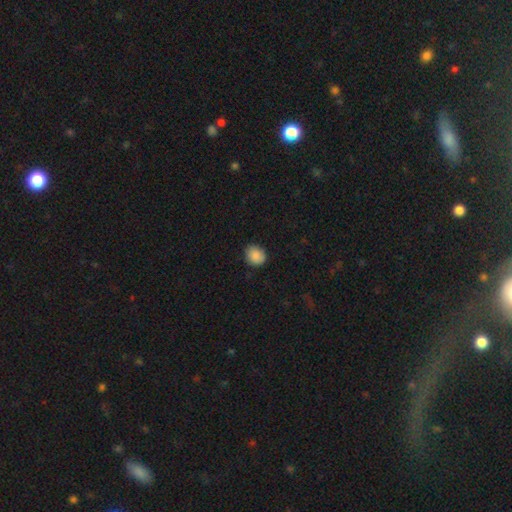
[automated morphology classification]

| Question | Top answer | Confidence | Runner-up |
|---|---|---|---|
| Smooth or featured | smooth | 87% | star or artifact (8%) |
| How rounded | round | 75% | in between (25%) |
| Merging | none | 82% | minor disturbance (15%) |